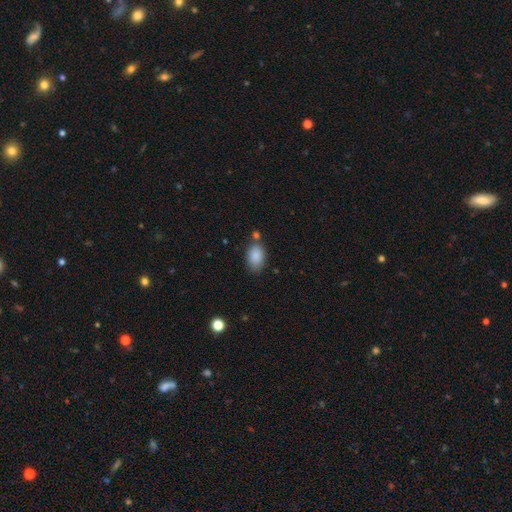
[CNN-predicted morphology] type=smooth (87%); roundness=in between (89%); merging=none (67%).